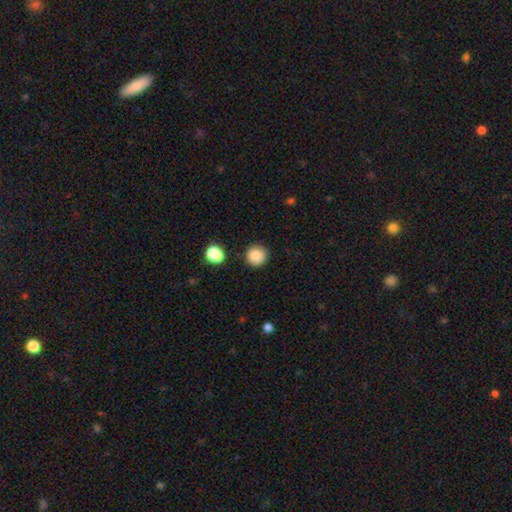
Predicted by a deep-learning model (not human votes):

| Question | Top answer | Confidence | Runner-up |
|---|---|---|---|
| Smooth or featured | smooth | 87% | star or artifact (10%) |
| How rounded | round | 94% | in between (6%) |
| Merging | none | 88% | minor disturbance (8%) |